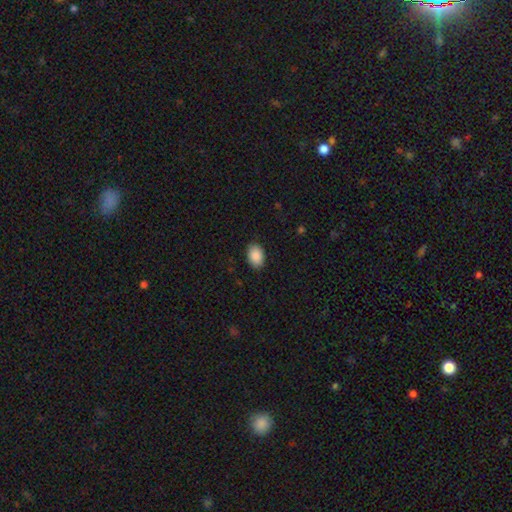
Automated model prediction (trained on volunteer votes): Morphology: type=smooth (90%); roundness=in between (84%); merging=none (88%).